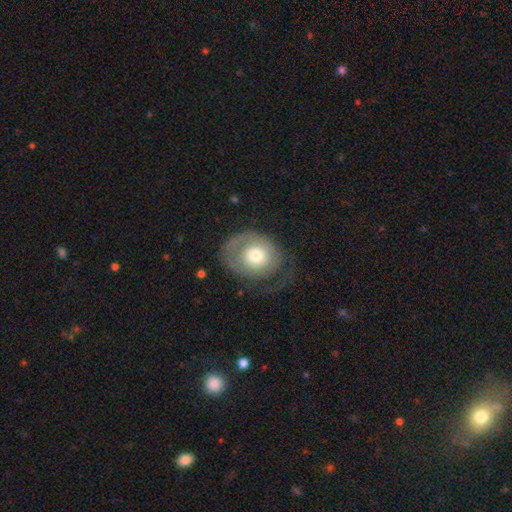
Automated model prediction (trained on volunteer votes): Overall: smooth (50%; featured or disk 44%). Merging: none (44%; major disturbance 33%).